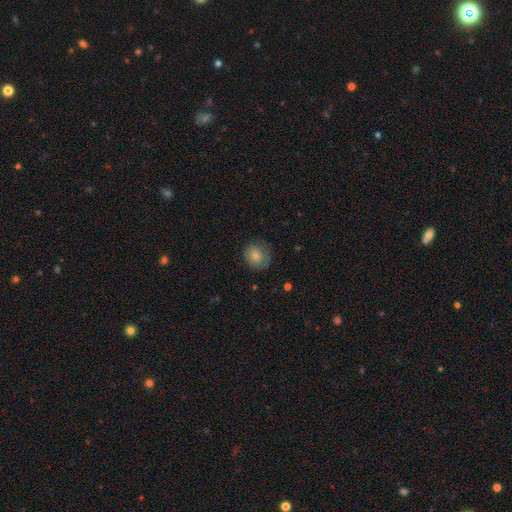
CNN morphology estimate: smooth-or-featured: smooth: 76% | featured or disk: 16% | star or artifact: 8%
  how-rounded: round: 73% | in between: 26% | cigar-shaped: 1%
  merging: none: 71% | minor disturbance: 21% | major disturbance: 7% | merger: 1%